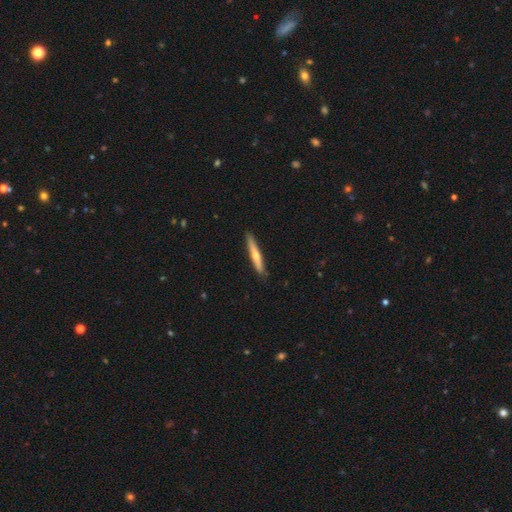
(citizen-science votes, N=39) featured or disk 62%, smooth 38%, star or artifact 0%. Down the decision tree: edge-on disk — yes (96%); edge-on bulge — rounded (91%); merging — none (77%).